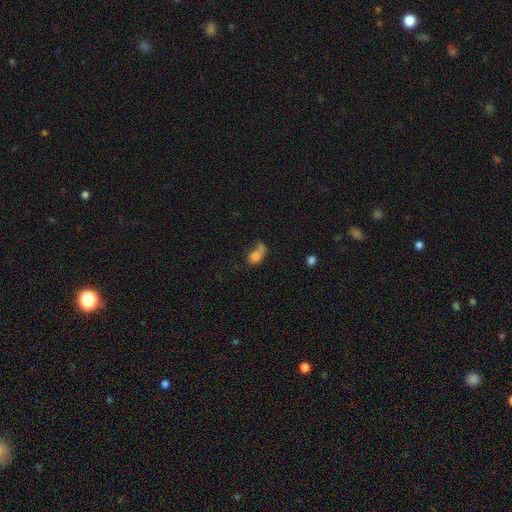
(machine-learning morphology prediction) The model was most divided on "merging": merger: 35%, none: 26%, major disturbance: 22%, minor disturbance: 16%. More confident: smooth or featured — smooth (74%); how rounded — in between (63%).